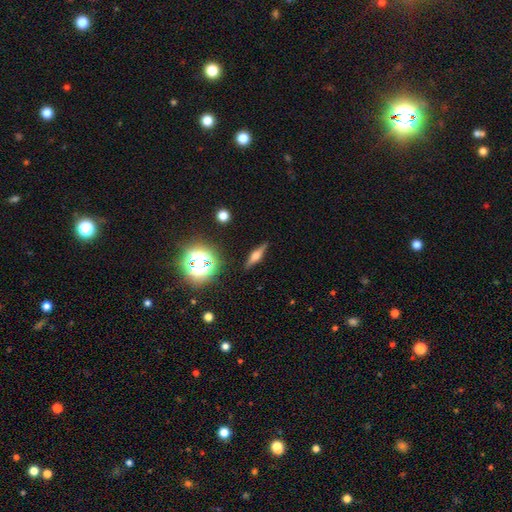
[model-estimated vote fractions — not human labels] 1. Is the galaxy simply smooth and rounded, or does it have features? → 58% featured or disk, 30% smooth, 12% star or artifact.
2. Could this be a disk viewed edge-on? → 94% yes, 6% no.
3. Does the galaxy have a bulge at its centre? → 85% rounded, 11% boxy, 4% none.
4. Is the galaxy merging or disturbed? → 87% none, 9% minor disturbance, 2% major disturbance, 2% merger.